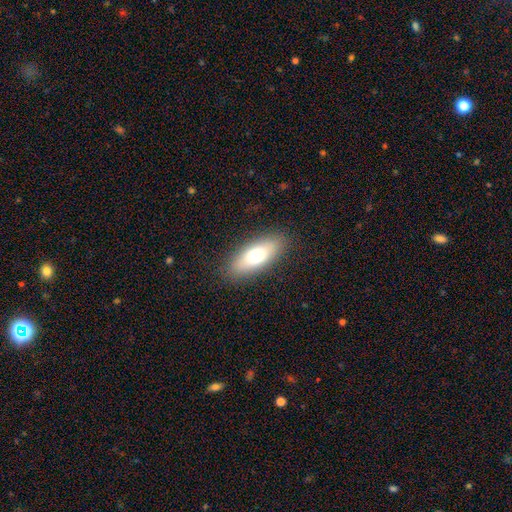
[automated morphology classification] Smooth or featured? Predicted: smooth (p=0.72). How rounded? Predicted: in between (p=0.70). Merging? Predicted: none (p=0.88).